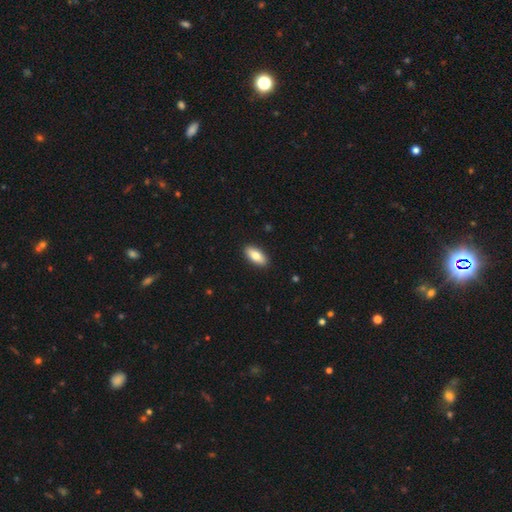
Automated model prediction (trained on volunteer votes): This is likely a smooth galaxy (79%). How rounded: clearly in between (83%). Merging: clearly none (91%).